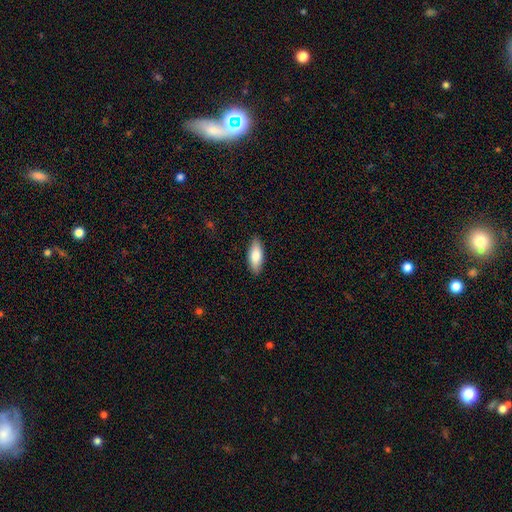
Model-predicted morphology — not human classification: The model was most divided on "how rounded": in between: 75%, cigar-shaped: 23%, round: 2%. More confident: merging — none (88%); smooth or featured — smooth (78%).